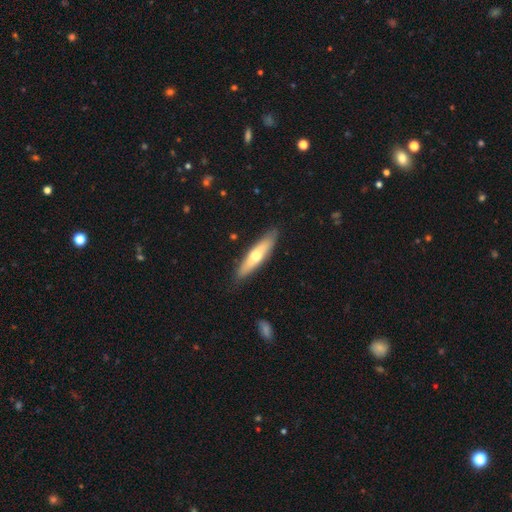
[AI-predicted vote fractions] Morphology: type=smooth (52%); roundness=cigar-shaped (76%); merging=none (87%).